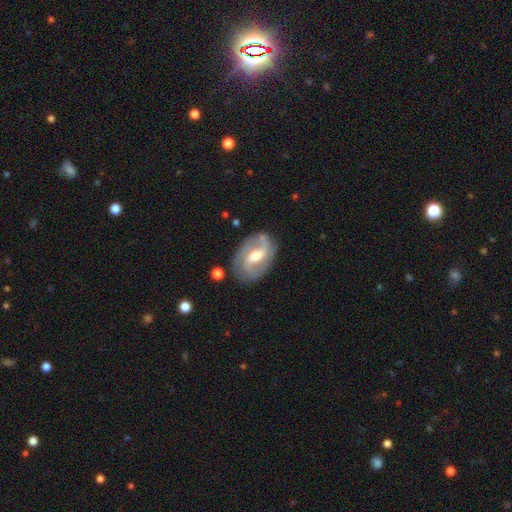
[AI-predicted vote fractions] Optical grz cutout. It shows a featured or disk galaxy (82%) with a weak bar (46%), 2 (85%) medium (47%) spiral arms (91%) and a moderate central bulge (67%). Merging: none (79%).